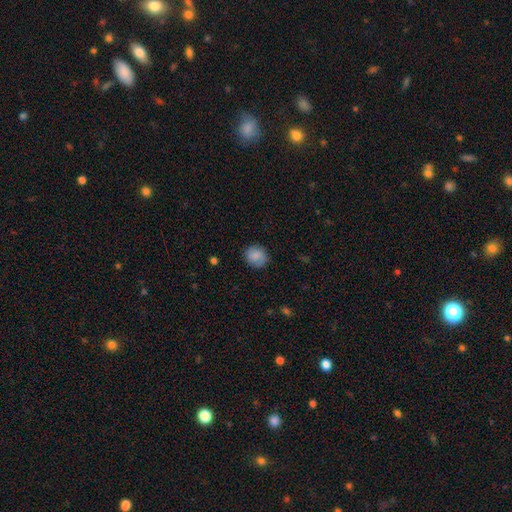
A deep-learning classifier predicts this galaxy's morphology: Smooth or featured?
  - smooth: 84% *
  - featured or disk: 9%
  - star or artifact: 7%
How rounded?
  - round: 78% *
  - in between: 21%
  - cigar-shaped: 1%
Merging?
  - none: 85% *
  - minor disturbance: 11%
  - major disturbance: 3%
  - merger: 1%